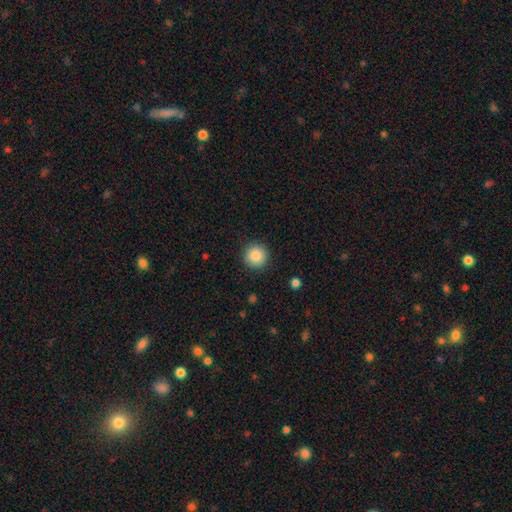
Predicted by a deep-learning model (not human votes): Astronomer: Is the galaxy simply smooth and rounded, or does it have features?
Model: smooth — 87%.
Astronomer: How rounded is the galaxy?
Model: round — 95%.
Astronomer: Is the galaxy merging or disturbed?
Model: none — 91%.